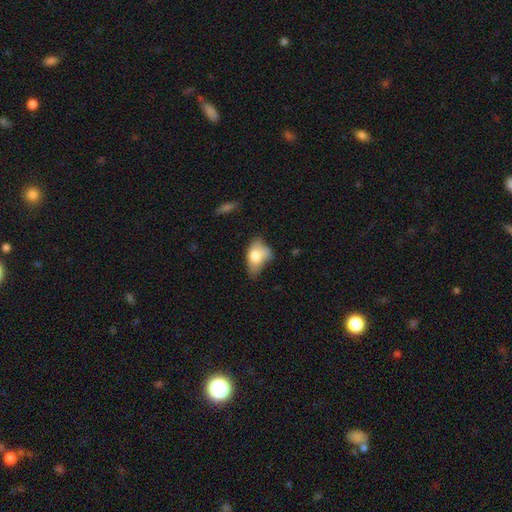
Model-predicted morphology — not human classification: smooth 70%, featured or disk 22%, star or artifact 8%. Down the decision tree: how rounded — in between (86%); merging — minor disturbance (37%).